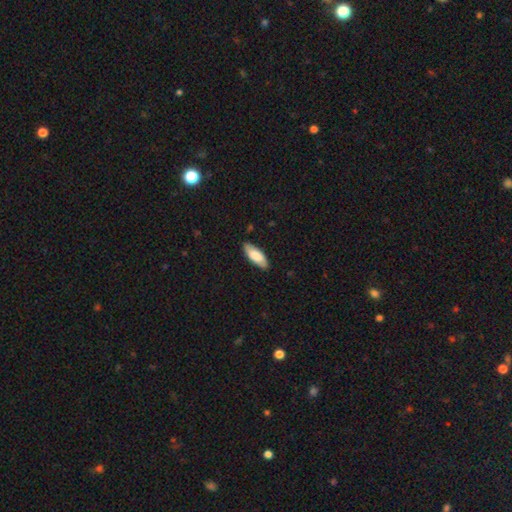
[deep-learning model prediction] Smooth or featured? smooth (81%)
How rounded? in between (75%)
Merging? none (84%)